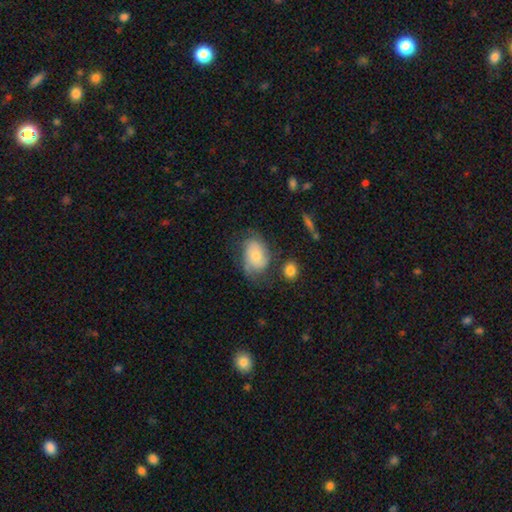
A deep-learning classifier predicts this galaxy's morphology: smooth_or_featured: smooth (p=0.47) [alt: featured or disk p=0.45]
merging: none (p=0.51) [alt: minor disturbance p=0.28]